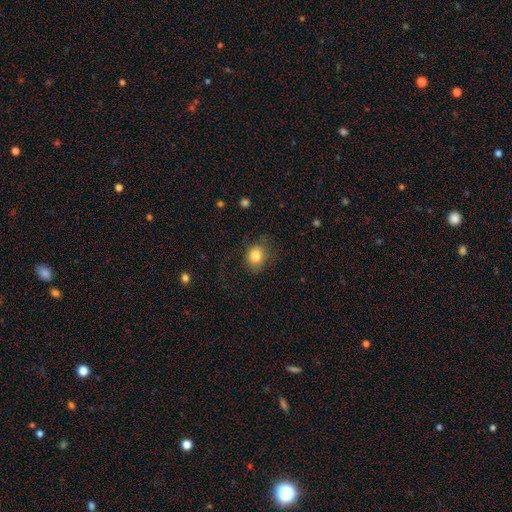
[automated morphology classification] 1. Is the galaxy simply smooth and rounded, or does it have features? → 83% smooth, 10% star or artifact, 7% featured or disk.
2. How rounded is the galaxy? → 60% round, 39% in between, 1% cigar-shaped.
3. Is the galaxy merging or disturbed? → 76% none, 17% minor disturbance, 6% major disturbance, 1% merger.